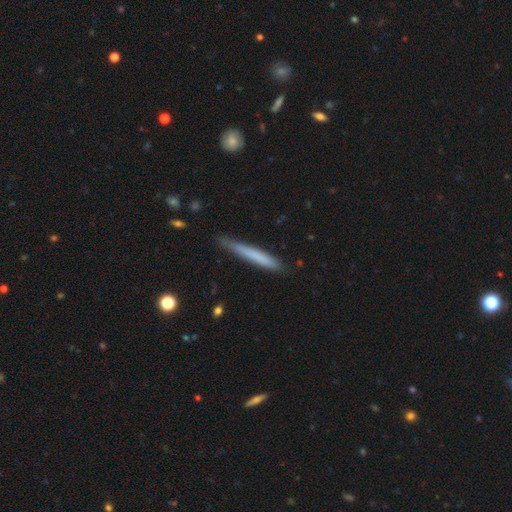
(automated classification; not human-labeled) This is likely a smooth galaxy (68%). How rounded: clearly cigar-shaped (96%). Merging: likely none (79%).